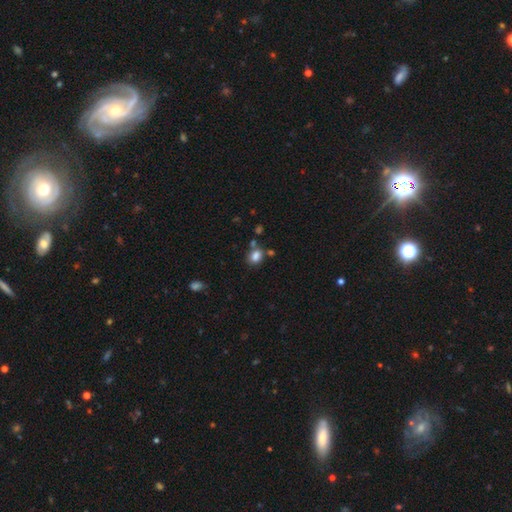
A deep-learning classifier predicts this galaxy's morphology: Smooth or featured? Predicted: smooth (p=0.82). How rounded? Predicted: in between (p=0.59). Merging? Predicted: none (p=0.62).